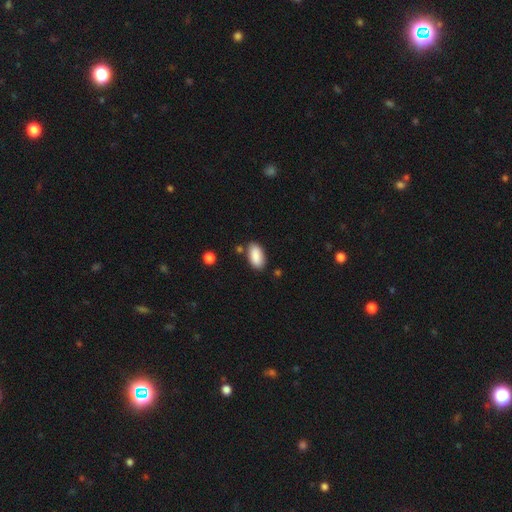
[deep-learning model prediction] smooth 89%, star or artifact 6%, featured or disk 5%. Down the decision tree: how rounded — in between (93%); merging — none (80%).